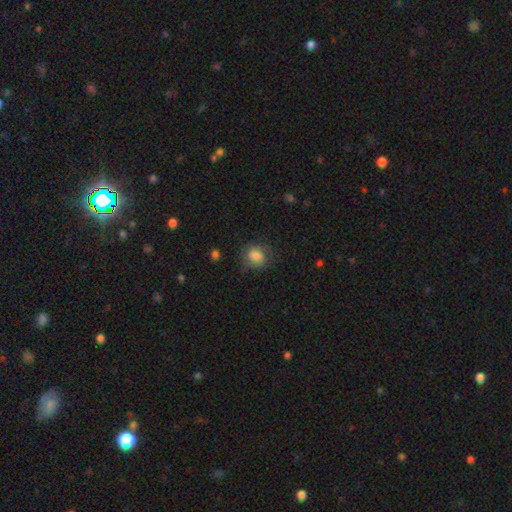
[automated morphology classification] A smooth galaxy with no disk features (79%) that is round (61%).

Vote fractions:
- Smooth or featured? smooth: 79% / featured or disk: 13% / star or artifact: 9%
- How rounded? round: 61% / in between: 38% / cigar-shaped: 1%
- Merging? none: 63% / minor disturbance: 23% / major disturbance: 12% / merger: 2%